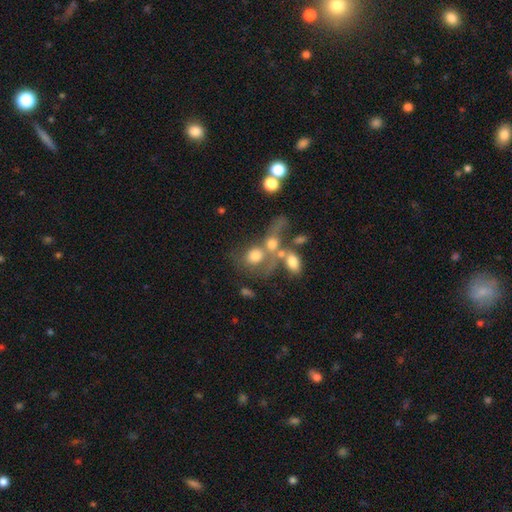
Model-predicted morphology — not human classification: Smooth or featured? Predicted: smooth (p=0.61). How rounded? Predicted: round (p=0.58). Merging? Predicted: merger (p=0.57).